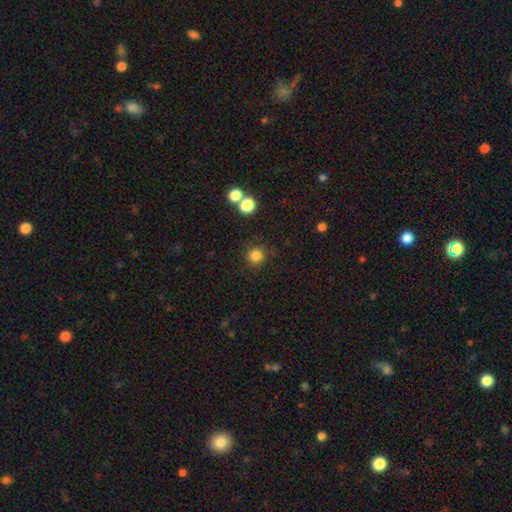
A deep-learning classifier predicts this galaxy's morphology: smooth_or_featured: smooth (p=0.83) [alt: star or artifact p=0.13]
how_rounded: round (p=0.94) [alt: in between p=0.05]
merging: none (p=0.85) [alt: minor disturbance p=0.08]